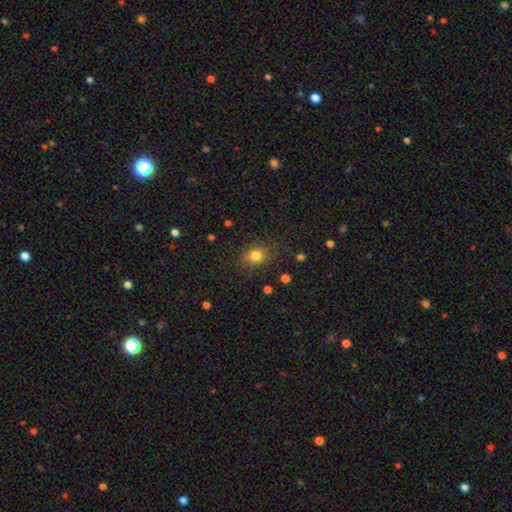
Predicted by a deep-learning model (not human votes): Q: Smooth or featured?
A: smooth (80%); runner-up: star or artifact (14%)
Q: How rounded?
A: round (62%); runner-up: in between (37%)
Q: Merging?
A: none (82%); runner-up: minor disturbance (12%)